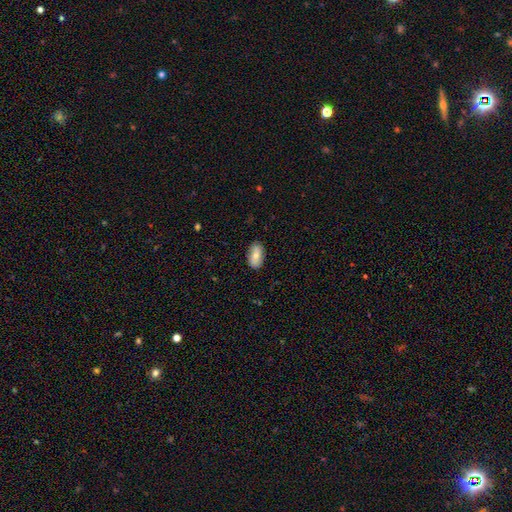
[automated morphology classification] Smooth or featured: smooth — 71% (featured or disk — 22%)
How rounded: in between — 92% (round — 5%)
Merging: none — 84% (minor disturbance — 12%)